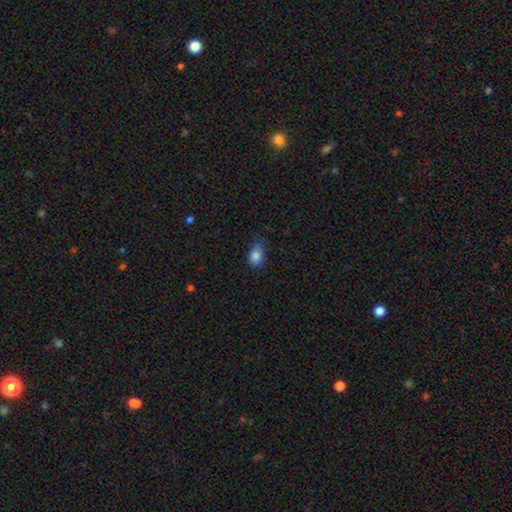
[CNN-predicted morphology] This appears to be a smooth galaxy with no disk features (85%) that is in between round and cigar-shaped (81%). Merging: none (57%).